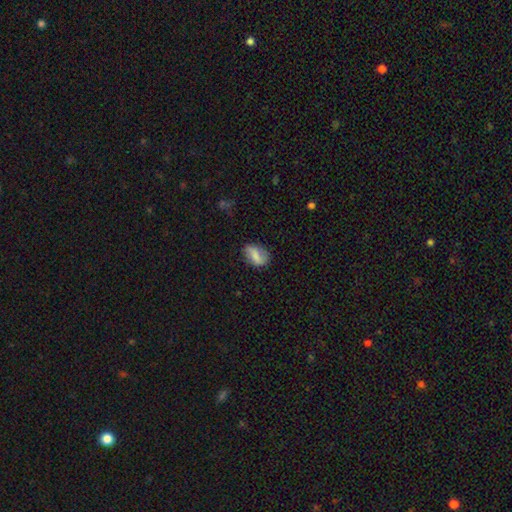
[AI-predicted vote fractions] Q: Smooth or featured?
A: smooth (61%); runner-up: featured or disk (31%)
Q: How rounded?
A: in between (82%); runner-up: round (15%)
Q: Merging?
A: none (69%); runner-up: minor disturbance (22%)